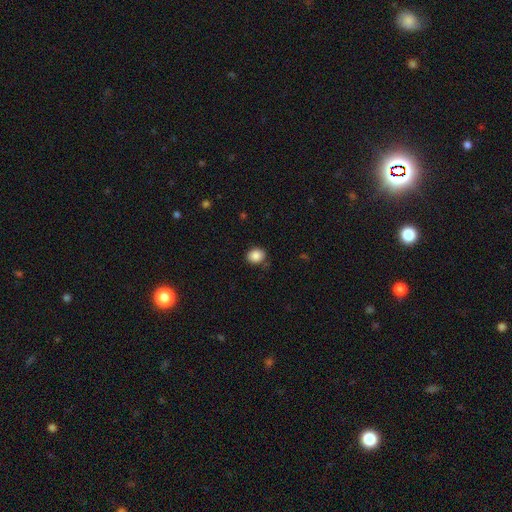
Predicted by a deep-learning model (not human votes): Morphology: type=smooth (87%); roundness=round (65%); merging=none (83%).